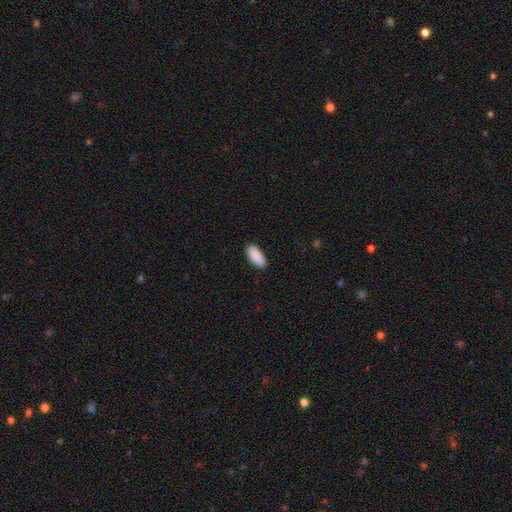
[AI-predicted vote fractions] Overall: smooth (91%). How rounded: in between (87%). Merging: none (90%).